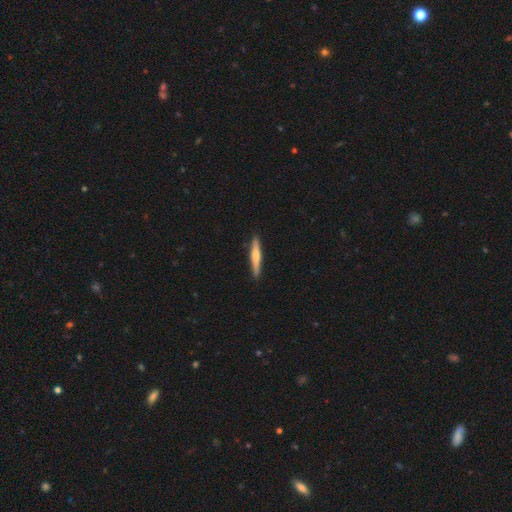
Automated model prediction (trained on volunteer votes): Q: Smooth or featured?
A: smooth (50%); runner-up: featured or disk (44%)
Q: How rounded?
A: cigar-shaped (93%); runner-up: in between (5%)
Q: Merging?
A: none (90%); runner-up: minor disturbance (7%)